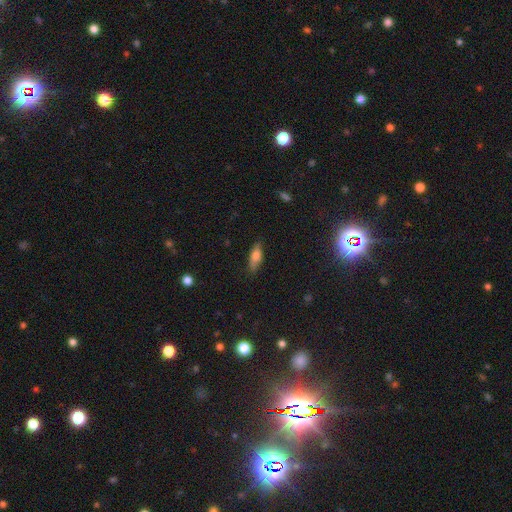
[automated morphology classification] This is likely a smooth galaxy (74%). How rounded: likely in between (63%). Merging: likely none (79%).